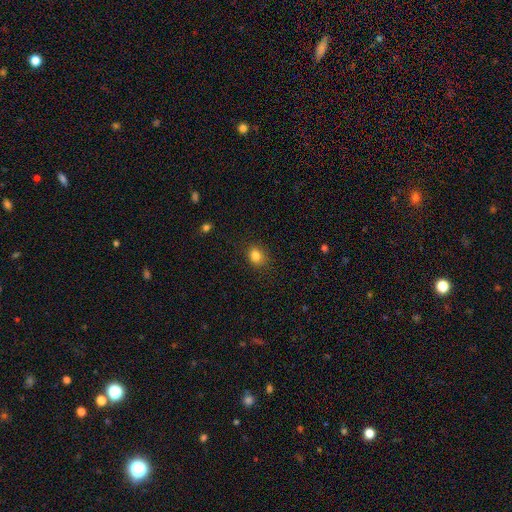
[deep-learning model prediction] A smooth galaxy with no disk features (83%) that is round (58%). Merging: none (83%).